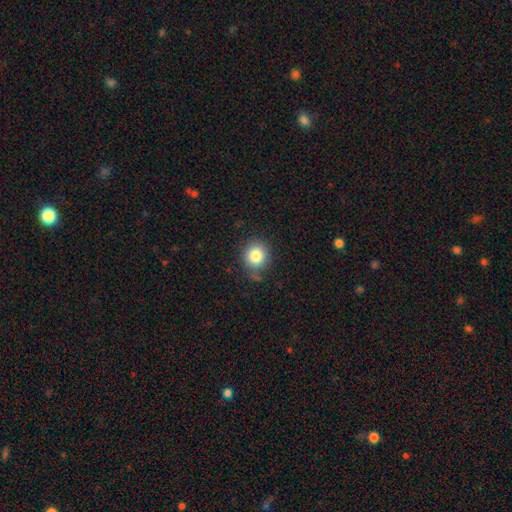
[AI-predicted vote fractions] smooth-or-featured: smooth: 83% | star or artifact: 10% | featured or disk: 7%
  how-rounded: round: 86% | in between: 13% | cigar-shaped: 1%
  merging: none: 81% | minor disturbance: 13% | major disturbance: 3% | merger: 2%